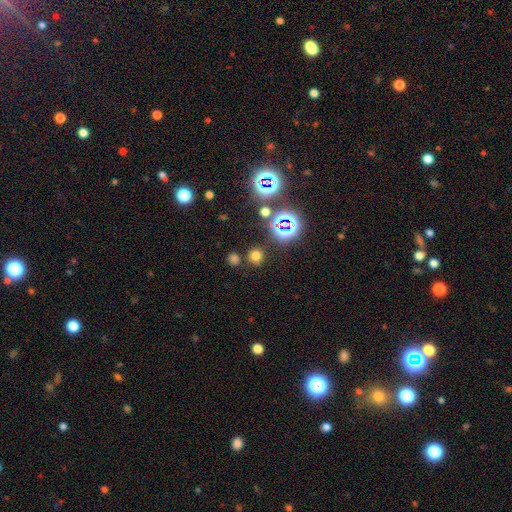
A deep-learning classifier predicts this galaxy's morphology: The model was most divided on "smooth or featured": smooth: 64%, star or artifact: 30%, featured or disk: 6%. More confident: how rounded — round (90%); merging — none (83%).